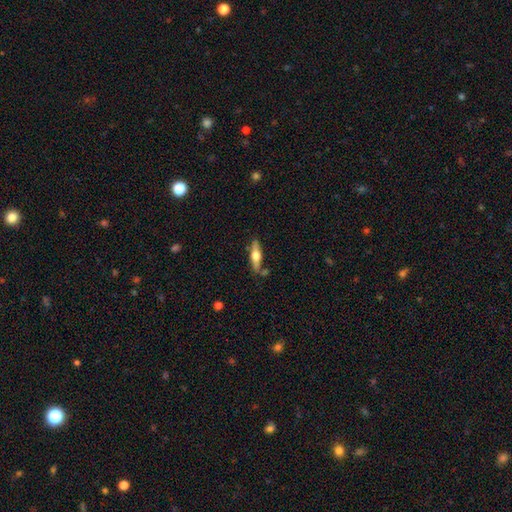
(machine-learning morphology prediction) Smooth or featured? featured or disk (55%)
Edge-on disk? yes (93%)
Edge-on bulge? rounded (93%)
Merging? none (78%)